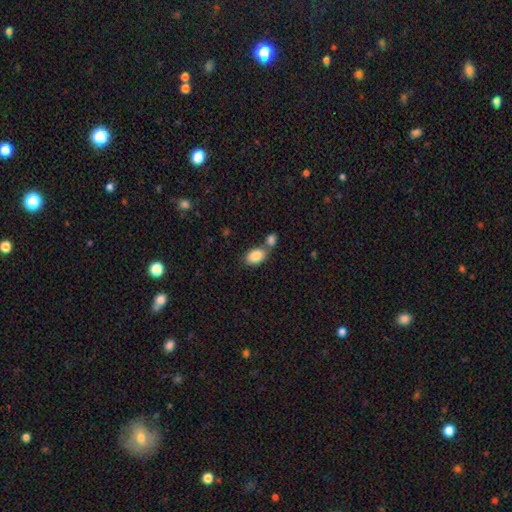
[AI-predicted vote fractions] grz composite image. It shows a smooth galaxy with no disk features (86%) that is in between round and cigar-shaped (88%). Merging: none (48%).